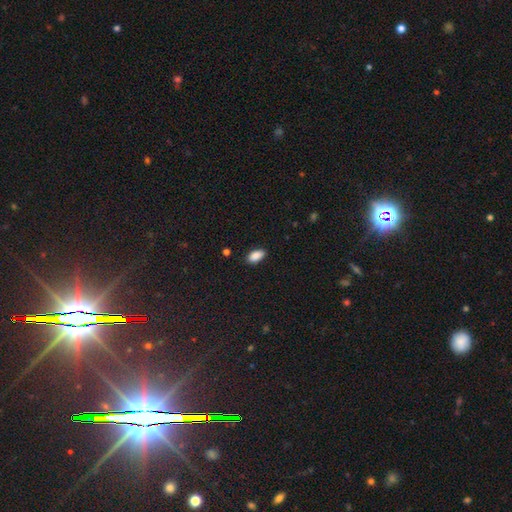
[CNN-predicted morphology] smooth_or_featured: smooth (p=0.89) [alt: star or artifact p=0.08]
how_rounded: in between (p=0.93) [alt: cigar-shaped p=0.04]
merging: none (p=0.87) [alt: minor disturbance p=0.10]